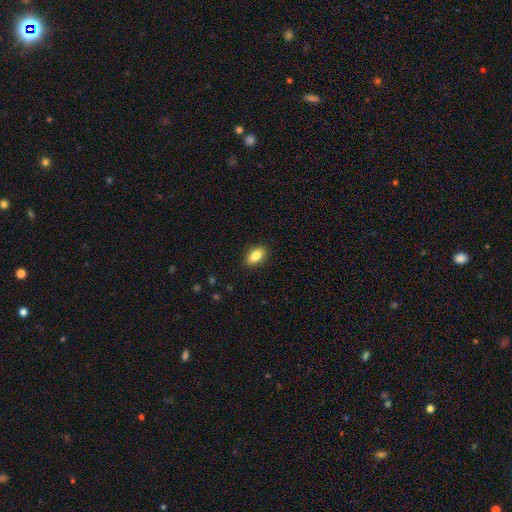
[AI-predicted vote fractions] The model was most divided on "smooth or featured": smooth: 82%, featured or disk: 10%, star or artifact: 8%. More confident: merging — none (89%); how rounded — in between (88%).